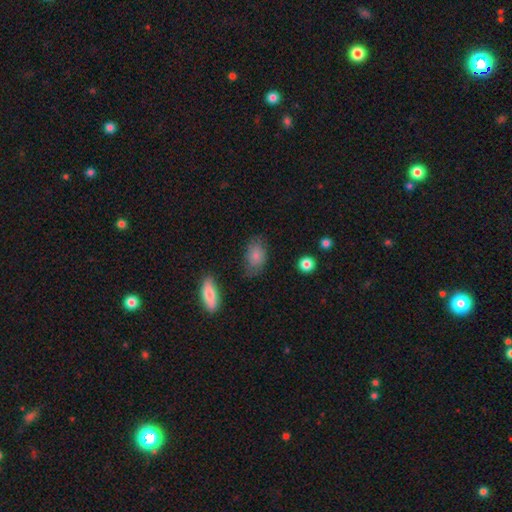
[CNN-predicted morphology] smooth_or_featured: smooth (p=0.81) [alt: featured or disk p=0.10]
how_rounded: in between (p=0.86) [alt: round p=0.12]
merging: none (p=0.68) [alt: minor disturbance p=0.22]